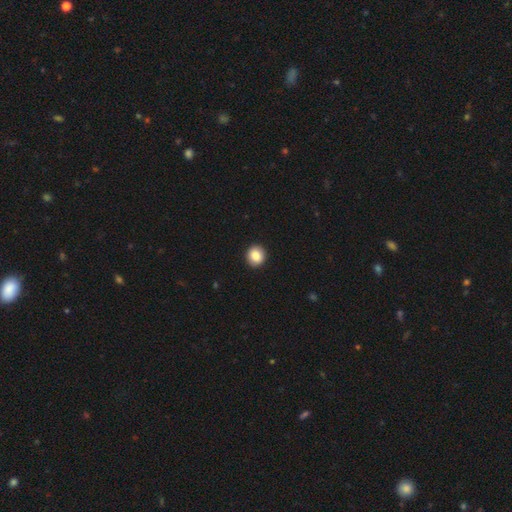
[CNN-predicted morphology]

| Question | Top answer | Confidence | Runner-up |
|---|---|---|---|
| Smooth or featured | smooth | 88% | star or artifact (8%) |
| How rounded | round | 86% | in between (13%) |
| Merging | none | 93% | minor disturbance (5%) |